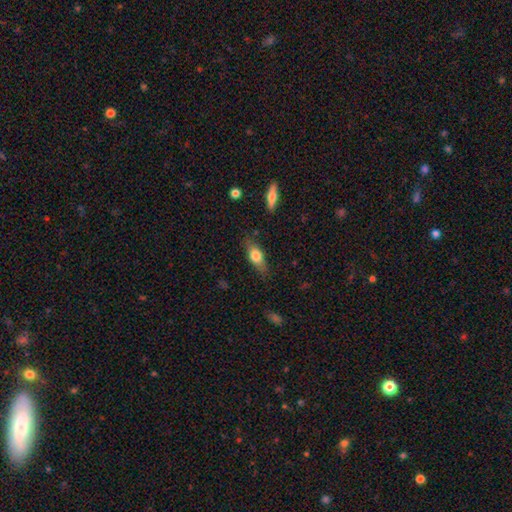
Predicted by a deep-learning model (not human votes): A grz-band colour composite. It shows a smooth galaxy with no disk features (66%) that is in between round and cigar-shaped (69%). Merging: none (77%).